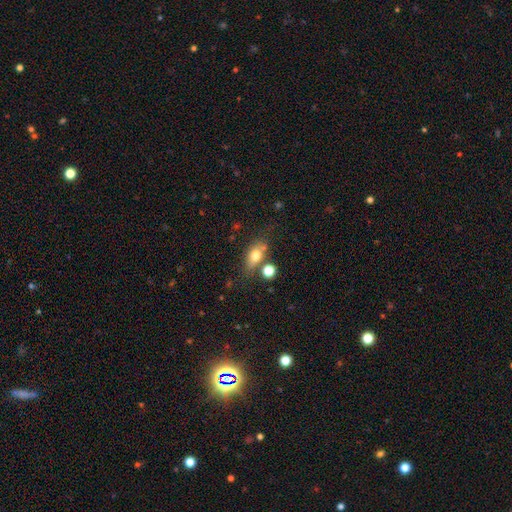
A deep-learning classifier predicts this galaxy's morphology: This appears to be a smooth galaxy with no disk features (70%) that is in between round and cigar-shaped (71%). Merging: none (63%).